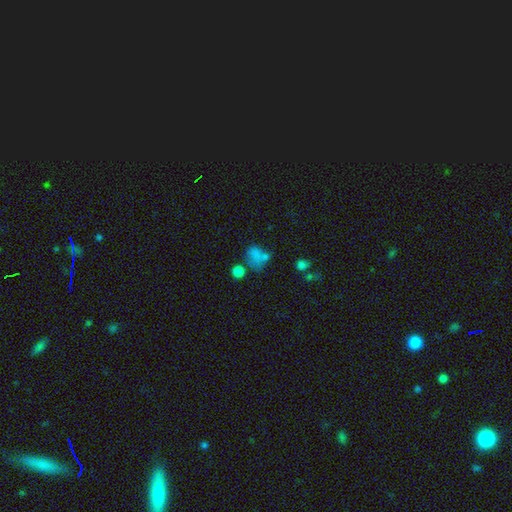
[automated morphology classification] The model was most divided on "merging": none: 37%, merger: 26%, minor disturbance: 21%, major disturbance: 17%. More confident: smooth or featured — smooth (71%); how rounded — in between (60%).